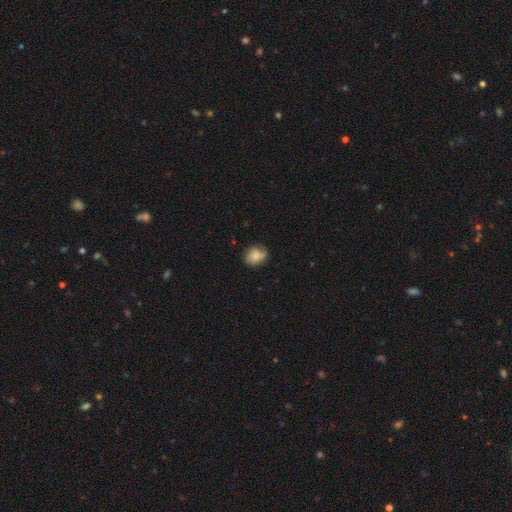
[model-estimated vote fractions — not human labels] smooth 71%, featured or disk 20%, star or artifact 9%. Down the decision tree: how rounded — round (58%); merging — none (66%).